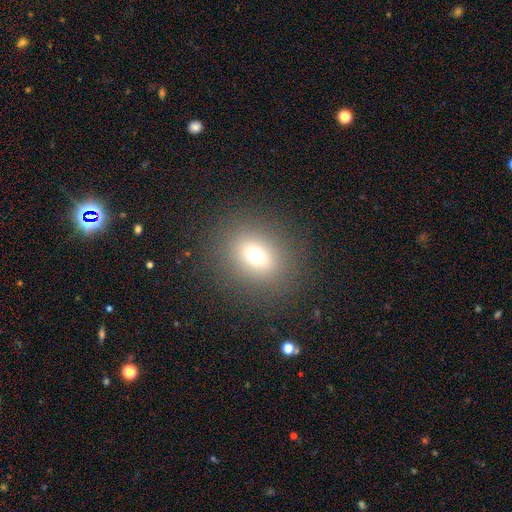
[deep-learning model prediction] smooth 68%, star or artifact 20%, featured or disk 12%. Down the decision tree: how rounded — round (67%); merging — none (87%).